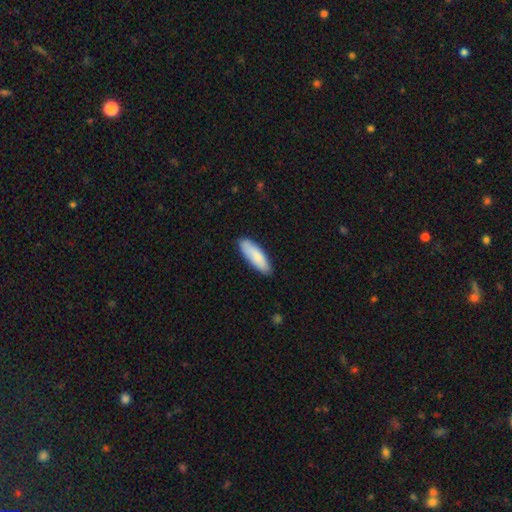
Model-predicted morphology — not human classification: The model was most divided on "how rounded": in between: 54%, cigar-shaped: 44%, round: 1%. More confident: smooth or featured — smooth (83%); merging — none (83%).